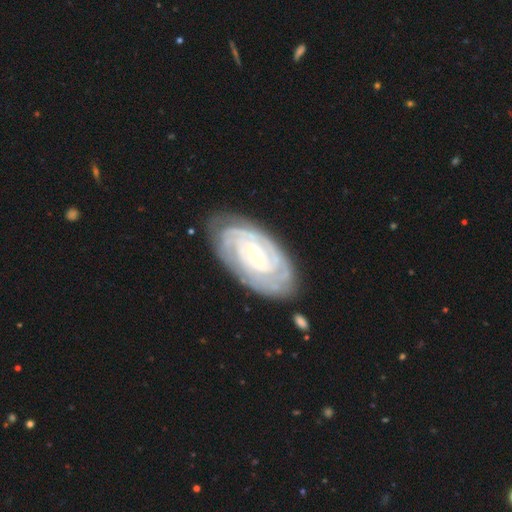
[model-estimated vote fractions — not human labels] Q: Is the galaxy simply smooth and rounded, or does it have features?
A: featured or disk — 87%.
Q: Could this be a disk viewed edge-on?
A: no — 95%.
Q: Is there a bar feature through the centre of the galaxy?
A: no — 70%.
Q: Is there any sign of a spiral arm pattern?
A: yes — 96%.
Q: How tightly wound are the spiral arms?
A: tight — 84%.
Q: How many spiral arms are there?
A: can't tell — 34%.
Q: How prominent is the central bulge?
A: small — 76%.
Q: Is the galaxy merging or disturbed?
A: none — 79%.